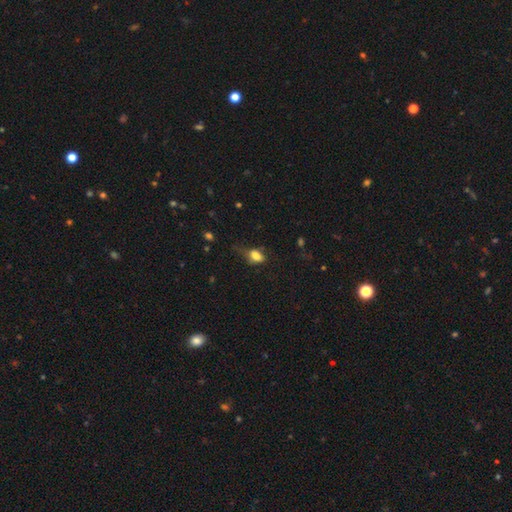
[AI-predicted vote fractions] This is likely a smooth galaxy (79%). How rounded: likely in between (78%). Merging: marginally minor disturbance (34%).